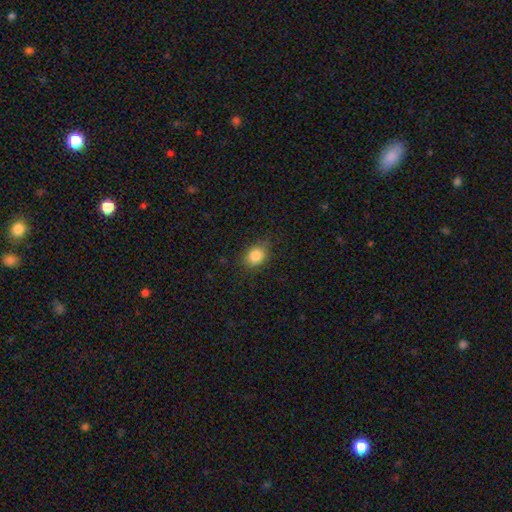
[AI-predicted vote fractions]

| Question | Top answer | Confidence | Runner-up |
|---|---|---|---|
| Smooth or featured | smooth | 84% | star or artifact (10%) |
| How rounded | in between | 60% | round (39%) |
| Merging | none | 82% | minor disturbance (14%) |